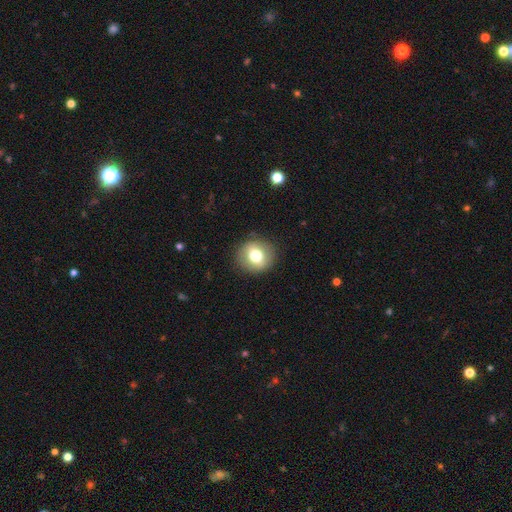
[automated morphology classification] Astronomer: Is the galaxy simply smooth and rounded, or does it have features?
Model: smooth — 71%.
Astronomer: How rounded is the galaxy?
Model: round — 83%.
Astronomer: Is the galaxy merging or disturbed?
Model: none — 88%.